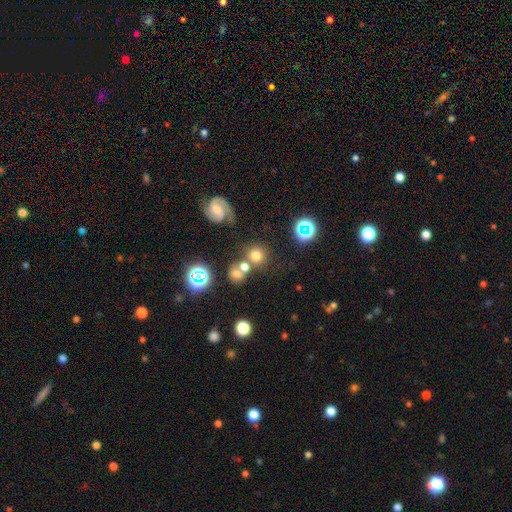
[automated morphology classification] smooth-or-featured: smooth: 66% | featured or disk: 18% | star or artifact: 16%
  how-rounded: round: 90% | in between: 9% | cigar-shaped: 1%
  merging: none: 65% | merger: 19% | minor disturbance: 10% | major disturbance: 5%